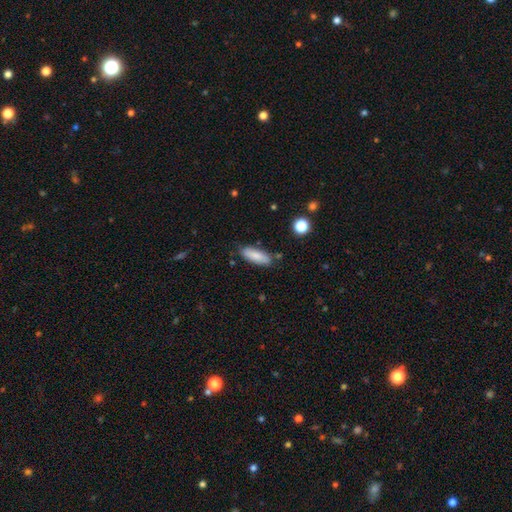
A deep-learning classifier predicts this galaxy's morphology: A smooth galaxy with no disk features (83%) that is in between round and cigar-shaped (63%).

Vote fractions:
- Smooth or featured? smooth: 83% / featured or disk: 11% / star or artifact: 7%
- How rounded? in between: 63% / cigar-shaped: 35% / round: 2%
- Merging? none: 80% / minor disturbance: 14% / merger: 3% / major disturbance: 3%